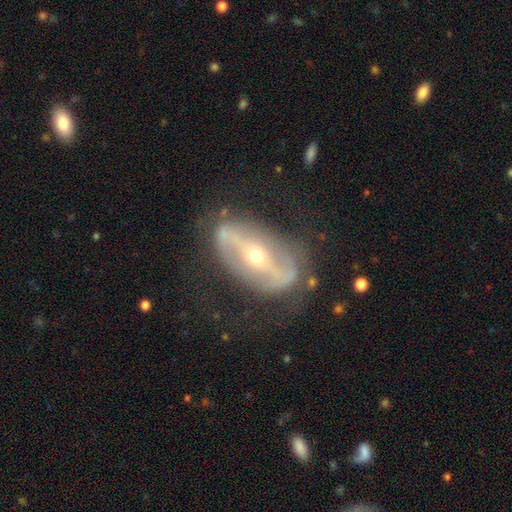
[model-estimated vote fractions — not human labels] Morphology: type=featured or disk (82%); edge-on=no (86%); bar=strong (68%); spiral arms=yes (57%); bulge=small (53%); merging=none (68%).